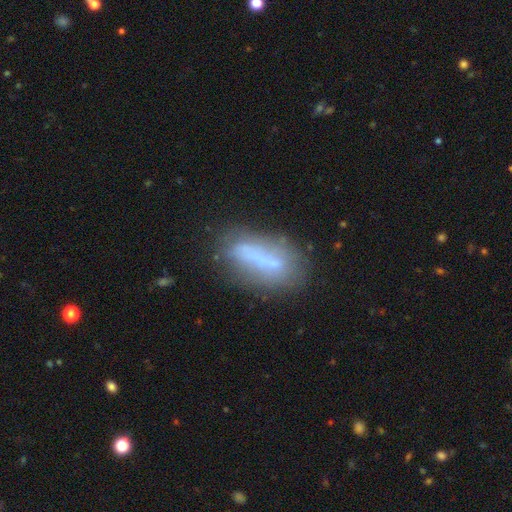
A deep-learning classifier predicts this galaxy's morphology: smooth_or_featured: smooth (p=0.50) [alt: featured or disk p=0.39]
how_rounded: in between (p=0.52) [alt: cigar-shaped p=0.44]
merging: none (p=0.59) [alt: minor disturbance p=0.22]